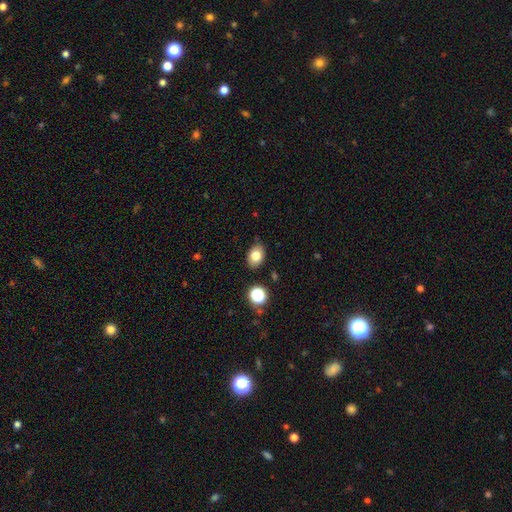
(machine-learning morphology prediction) smooth_or_featured: smooth (p=0.79) [alt: featured or disk p=0.11]
how_rounded: in between (p=0.78) [alt: round p=0.21]
merging: none (p=0.84) [alt: minor disturbance p=0.11]